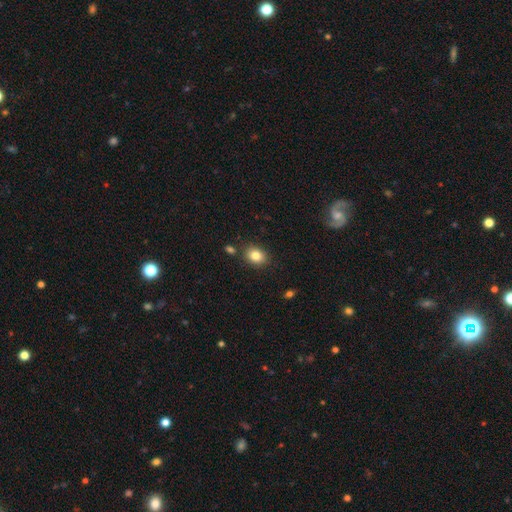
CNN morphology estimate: The model was most divided on "how rounded": in between: 58%, round: 41%, cigar-shaped: 1%. More confident: smooth or featured — smooth (83%); merging — none (83%).